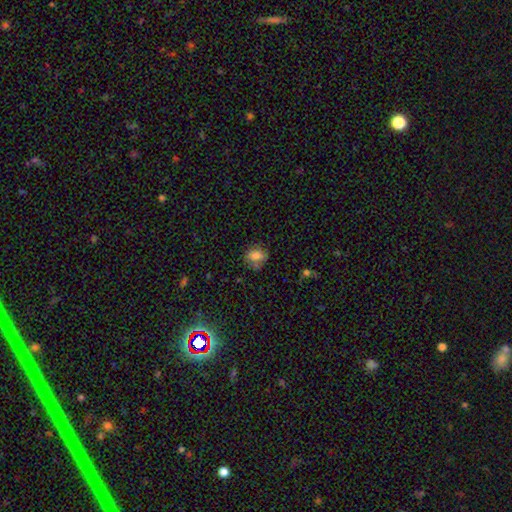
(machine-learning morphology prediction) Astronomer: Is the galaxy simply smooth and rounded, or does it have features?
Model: smooth — 75%.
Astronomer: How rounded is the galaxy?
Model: in between — 59% (runner-up: round, 39%).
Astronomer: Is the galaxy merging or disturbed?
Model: none — 68%.